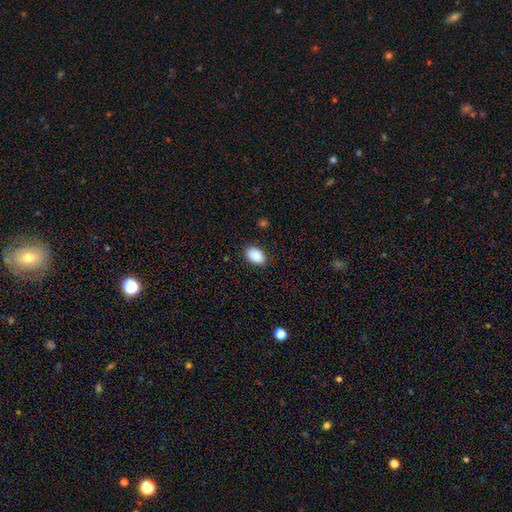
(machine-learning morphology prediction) Smooth or featured: smooth — 90% (star or artifact — 7%)
How rounded: in between — 90% (round — 9%)
Merging: none — 87% (minor disturbance — 9%)